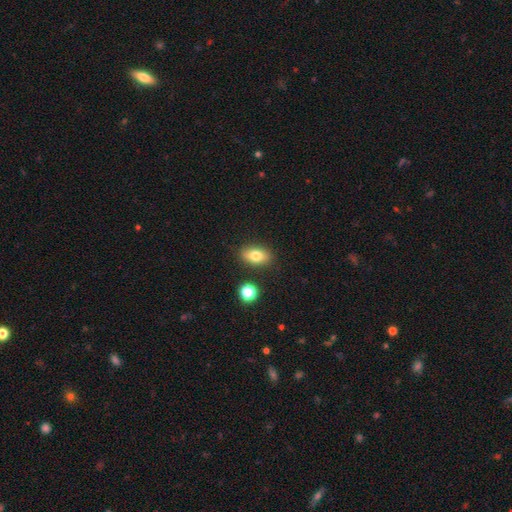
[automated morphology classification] smooth 77%, featured or disk 13%, star or artifact 9%. Down the decision tree: how rounded — in between (85%); merging — none (86%).